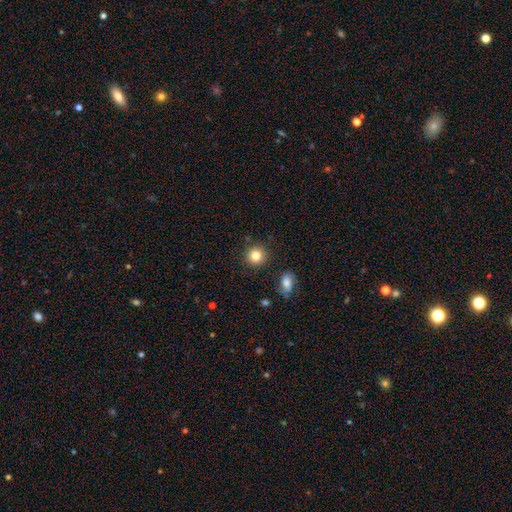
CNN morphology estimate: Overall: smooth (83%). How rounded: round (91%). Merging: none (88%).